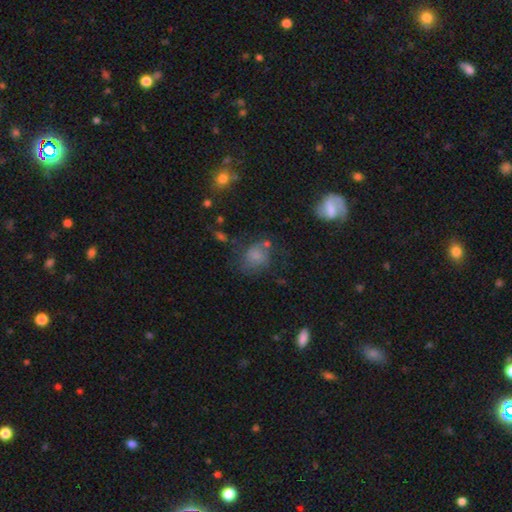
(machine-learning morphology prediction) A smooth galaxy with no disk features (60%) that is round (54%). Merging: none (45%).